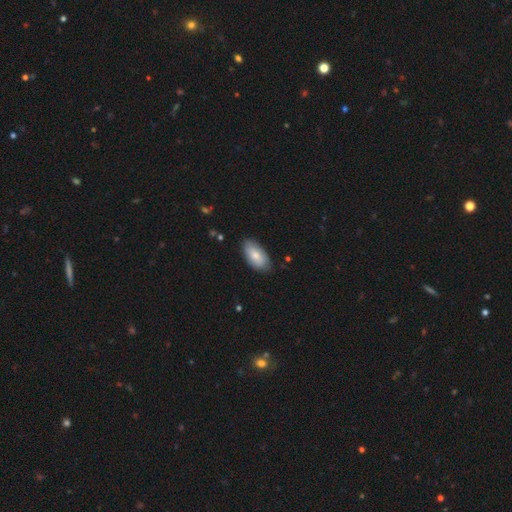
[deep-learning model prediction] Smooth or featured? smooth (77%)
How rounded? in between (94%)
Merging? none (80%)